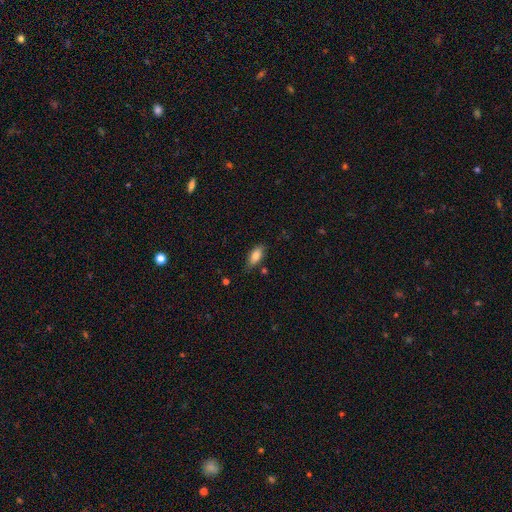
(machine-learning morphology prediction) smooth 82%, featured or disk 11%, star or artifact 7%. Down the decision tree: how rounded — in between (84%); merging — none (75%).